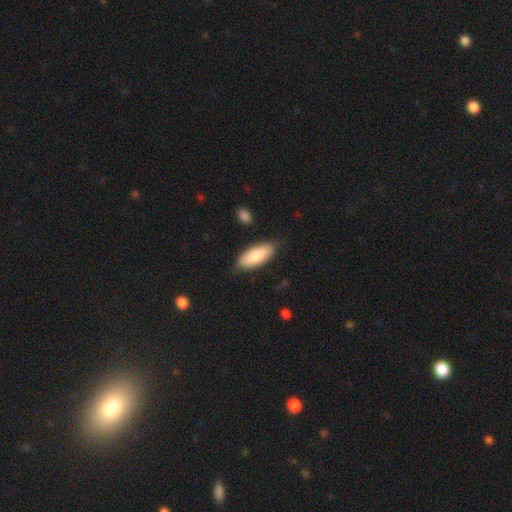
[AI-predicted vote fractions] A smooth galaxy with no disk features (83%) that is in between round and cigar-shaped (79%). Merging: none (83%).